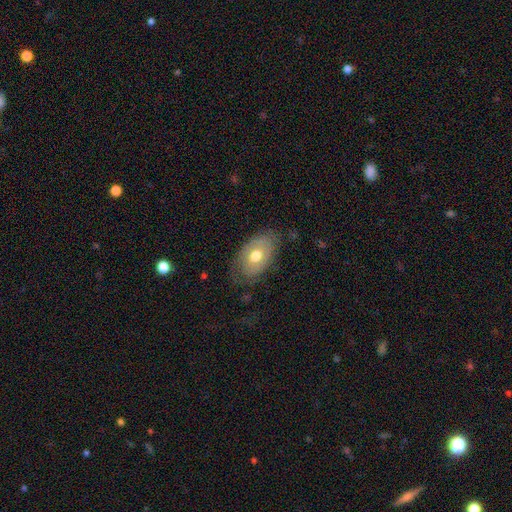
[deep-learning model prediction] Smooth or featured? Predicted: smooth (p=0.55). How rounded? Predicted: in between (p=0.91). Merging? Predicted: none (p=0.68).